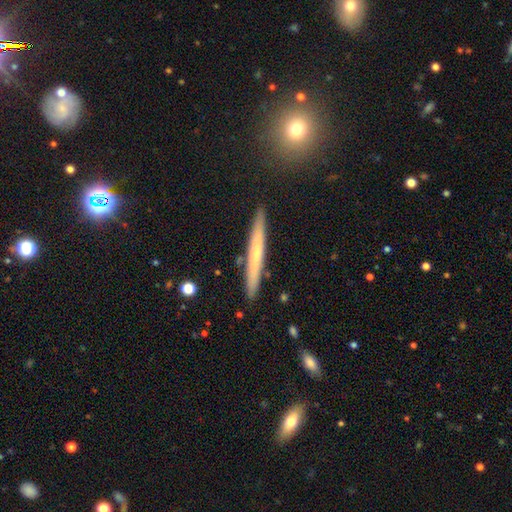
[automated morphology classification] featured or disk 50%, smooth 42%, star or artifact 8%. Down the decision tree: edge-on disk — yes (96%); merging — none (90%).